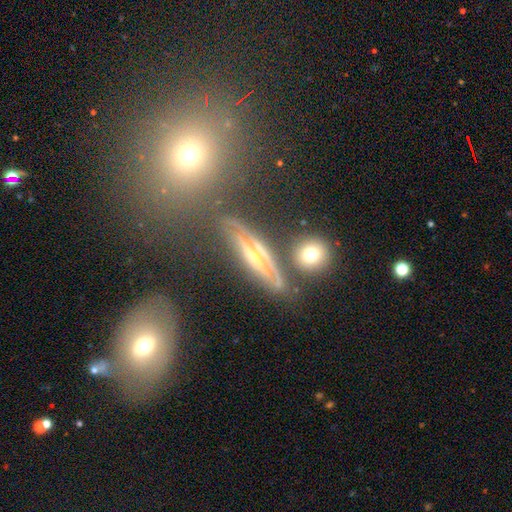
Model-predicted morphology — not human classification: Smooth or featured? featured or disk (69%)
Edge-on disk? yes (68%)
Merging? none (68%)